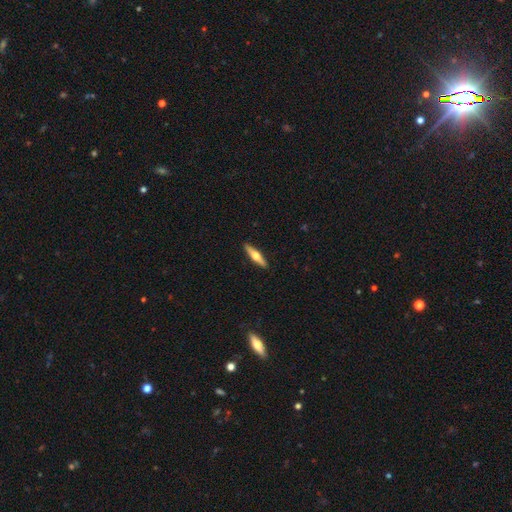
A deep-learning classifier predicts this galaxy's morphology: A featured or disk galaxy (55%) viewed edge-on (95%) with a rounded central bulge (95%).

Vote fractions:
- Smooth or featured? featured or disk: 55% / smooth: 40% / star or artifact: 5%
- Edge-on disk? yes: 95% / no: 5%
- Edge-on bulge? rounded: 95% / boxy: 3% / none: 3%
- Merging? none: 91% / minor disturbance: 6% / major disturbance: 1% / merger: 1%